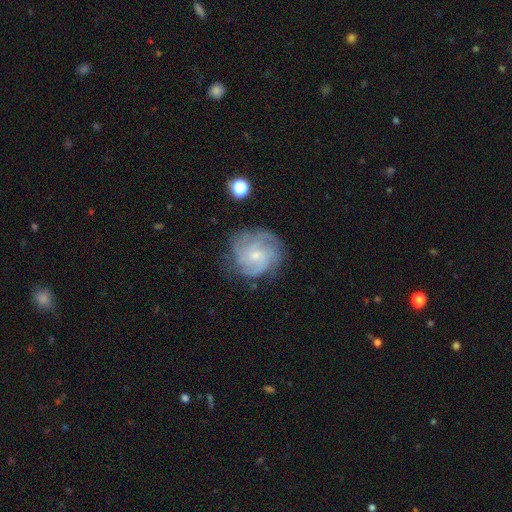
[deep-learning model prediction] smooth-or-featured: featured or disk: 78% | smooth: 15% | star or artifact: 7%
  disk-edge-on: no: 98% | yes: 2%
    bar: no: 65% | weak: 31% | strong: 4%
    has-spiral-arms: yes: 93% | no: 7%
      spiral-winding: tight: 55% | medium: 35% | loose: 10%
      spiral-arm-count: can't tell: 32% | 3: 25% | 4: 19% | 2: 12% | more than 4: 6% | 1: 6%
    bulge-size: small: 67% | moderate: 27% | none: 4% | large: 1% | dominant: 1%
  merging: none: 70% | minor disturbance: 19% | major disturbance: 9% | merger: 2%